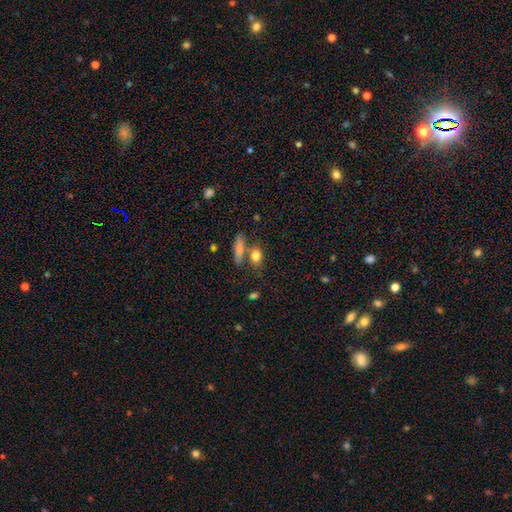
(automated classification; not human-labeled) Smooth or featured: smooth — 80% (featured or disk — 11%)
How rounded: in between — 57% (round — 31%)
Merging: none — 59% (merger — 24%)